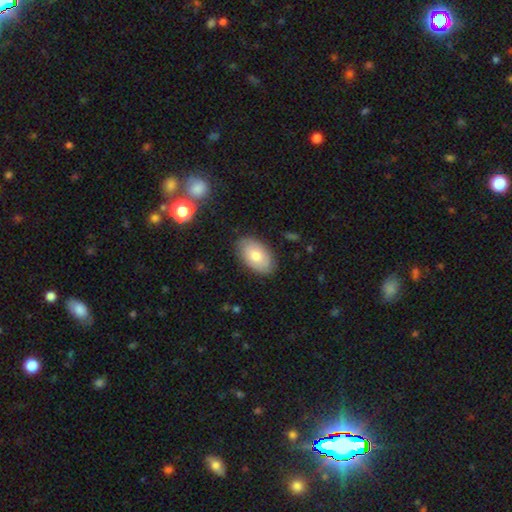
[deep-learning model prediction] Smooth or featured?
  - smooth: 71% *
  - featured or disk: 22%
  - star or artifact: 7%
How rounded?
  - in between: 94% *
  - round: 5%
  - cigar-shaped: 1%
Merging?
  - none: 84% *
  - minor disturbance: 12%
  - major disturbance: 3%
  - merger: 1%